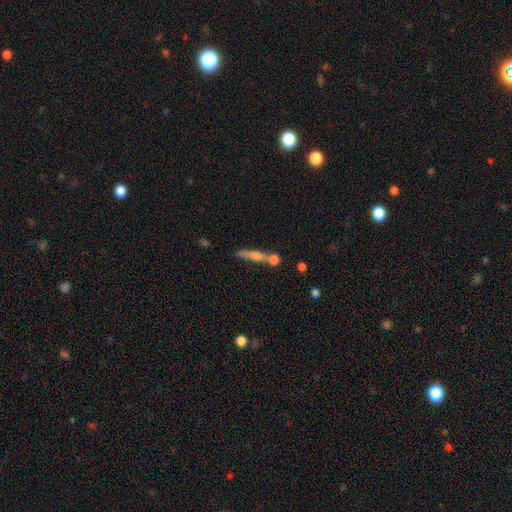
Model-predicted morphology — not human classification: smooth 47%, featured or disk 43%, star or artifact 10%. Down the decision tree: merging — none (63%).